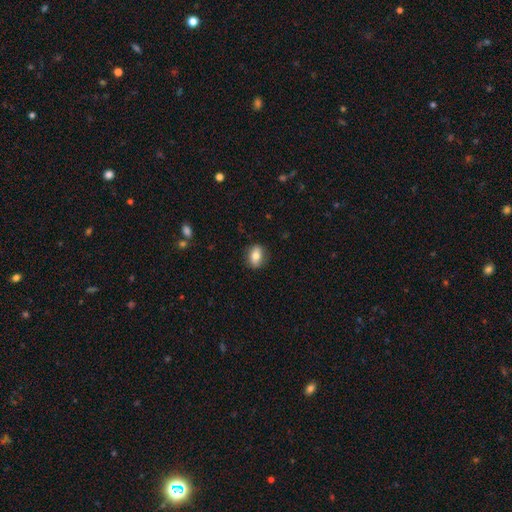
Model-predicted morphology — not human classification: Overall: smooth (74%). How rounded: in between (73%). Merging: none (86%).